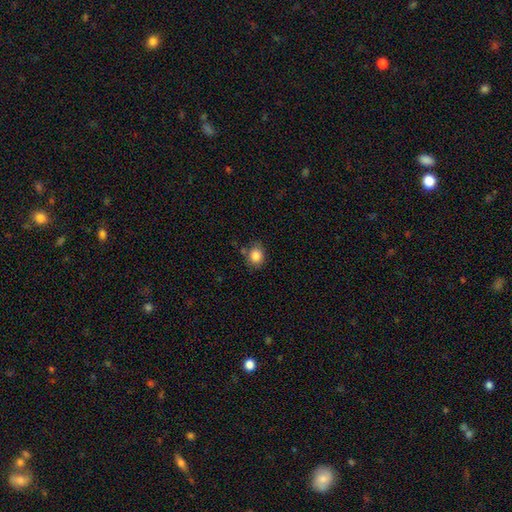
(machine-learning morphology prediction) A smooth galaxy with no disk features (85%) that is round (53%). Merging: none (72%).